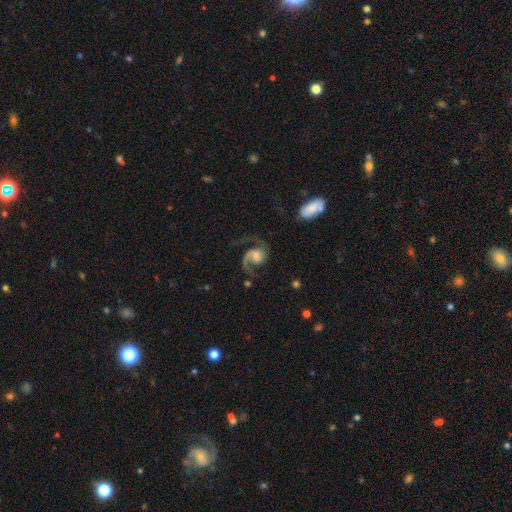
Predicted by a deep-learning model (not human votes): This appears to be a featured or disk galaxy (86%) with no bar (59%), 2 (78%) medium (51%) spiral arms (97%) and a moderate central bulge (47%). Merging: none (60%).